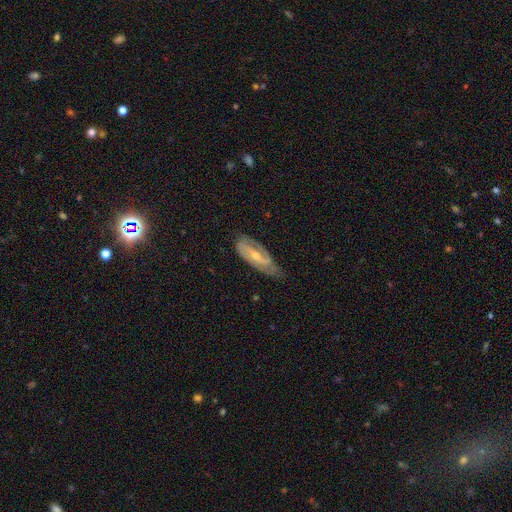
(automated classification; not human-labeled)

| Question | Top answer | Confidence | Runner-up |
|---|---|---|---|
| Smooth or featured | featured or disk | 76% | smooth (17%) |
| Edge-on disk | no | 87% | yes (13%) |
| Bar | weak | 39% | no (31%) |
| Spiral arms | yes | 87% | no (13%) |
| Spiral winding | tight | 44% | medium (39%) |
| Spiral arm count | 2 | 71% | can't tell (17%) |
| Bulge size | small | 56% | moderate (41%) |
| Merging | none | 65% | minor disturbance (26%) |